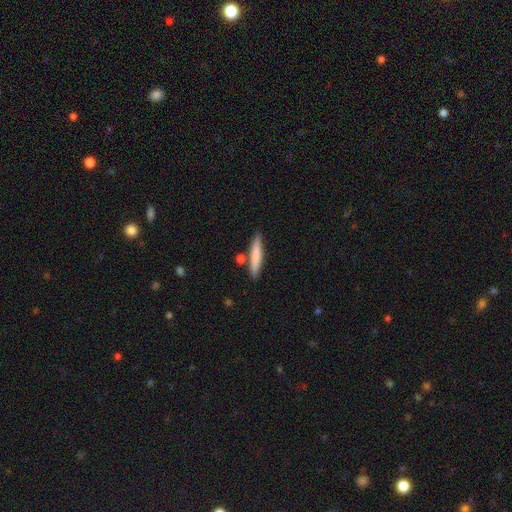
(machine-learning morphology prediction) This is likely a smooth galaxy (75%). How rounded: clearly cigar-shaped (89%). Merging: likely none (79%).